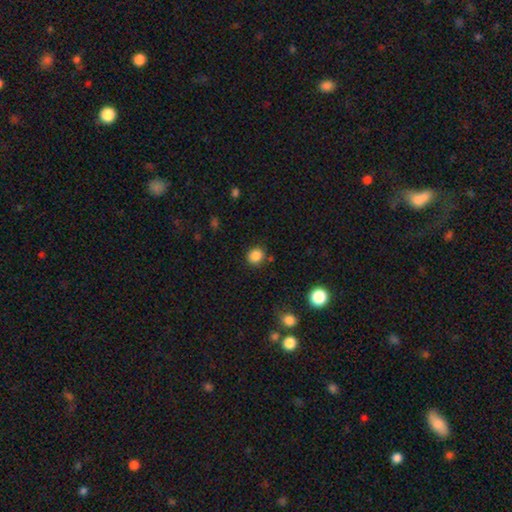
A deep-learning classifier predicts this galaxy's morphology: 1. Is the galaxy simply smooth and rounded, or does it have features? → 85% smooth, 11% star or artifact, 4% featured or disk.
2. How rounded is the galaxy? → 77% round, 22% in between, 1% cigar-shaped.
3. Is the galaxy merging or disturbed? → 83% none, 10% minor disturbance, 4% merger, 3% major disturbance.